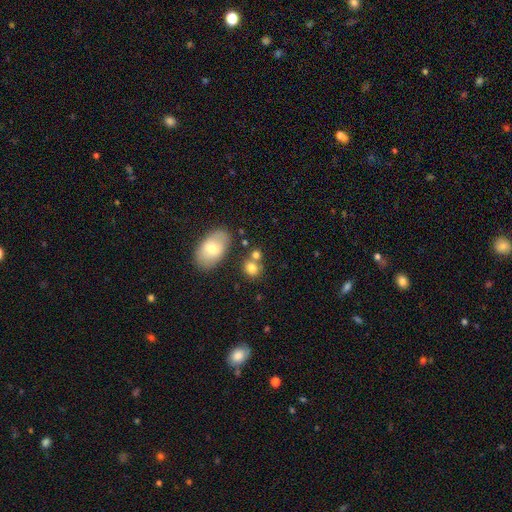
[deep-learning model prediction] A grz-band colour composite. It shows a smooth galaxy with no disk features (77%) that is round (59%). Merging: none (58%).